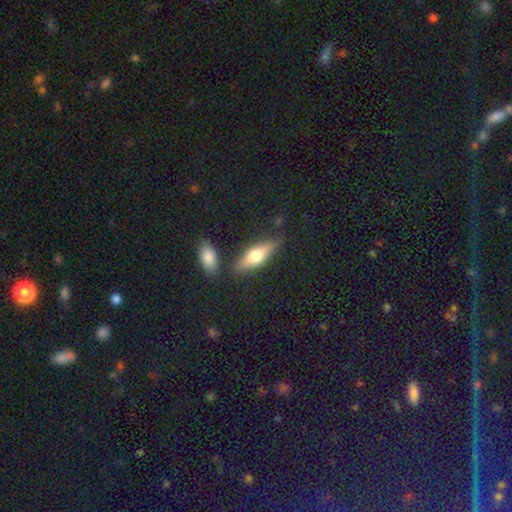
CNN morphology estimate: Smooth or featured: smooth — 51% (featured or disk — 42%)
How rounded: cigar-shaped — 52% (in between — 45%)
Merging: none — 79% (minor disturbance — 11%)